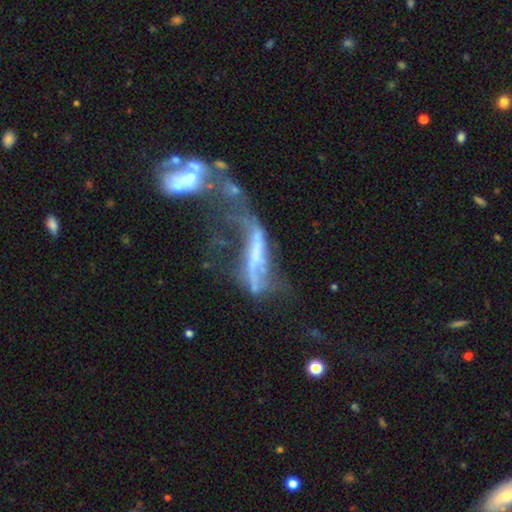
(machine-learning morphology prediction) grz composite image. It shows a featured or disk galaxy (66%) with no bar (53%), no spiral arms (53%) and no central bulge (59%). Merging: merger (57%).